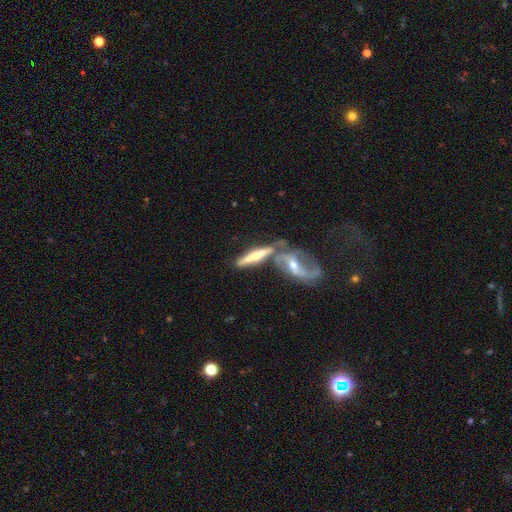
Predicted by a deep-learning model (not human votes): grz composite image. It shows a featured or disk galaxy (61%) viewed edge-on (68%). Merging: merger (47%).